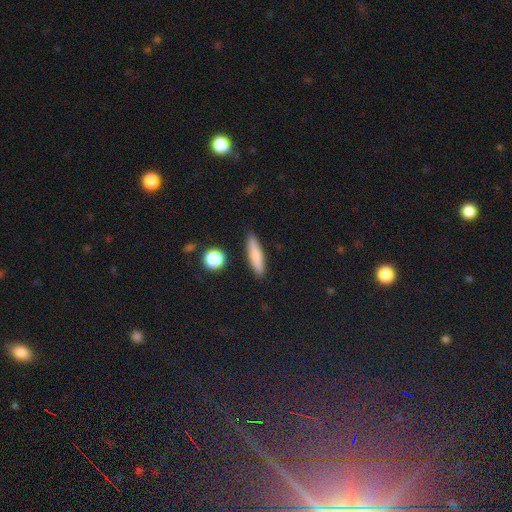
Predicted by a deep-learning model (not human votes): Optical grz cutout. It shows a smooth galaxy with no disk features (77%) that is cigar-shaped (78%). Merging: none (87%).